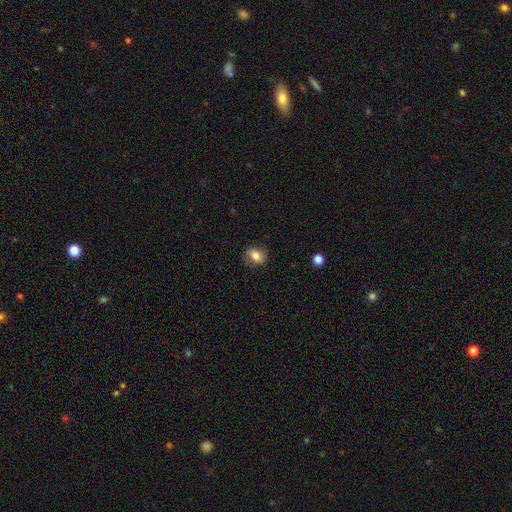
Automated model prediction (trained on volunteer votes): Smooth or featured: smooth — 76% (featured or disk — 15%)
How rounded: in between — 57% (round — 42%)
Merging: none — 80% (minor disturbance — 15%)